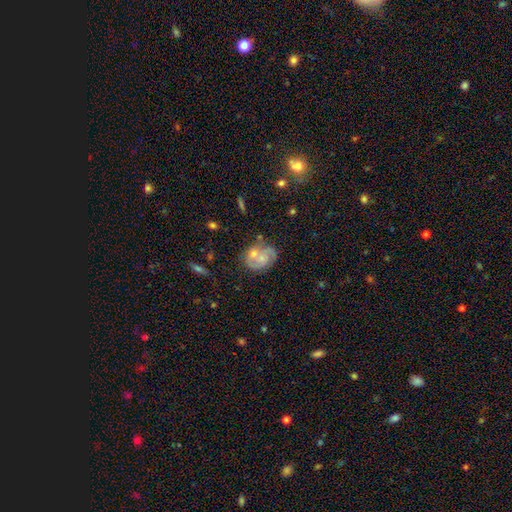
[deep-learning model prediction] A featured or disk galaxy (61%) with no bar (76%), spiral arms (74%) and a small central bulge (51%).

Vote fractions:
- Smooth or featured? featured or disk: 61% / smooth: 31% / star or artifact: 8%
- Edge-on disk? no: 97% / yes: 3%
- Bar? no: 76% / weak: 21% / strong: 3%
- Spiral arms? yes: 74% / no: 26%
- Bulge size? small: 51% / moderate: 35% / none: 10% / large: 3% / dominant: 1%
- Merging? none: 43% / merger: 30% / minor disturbance: 19% / major disturbance: 9%